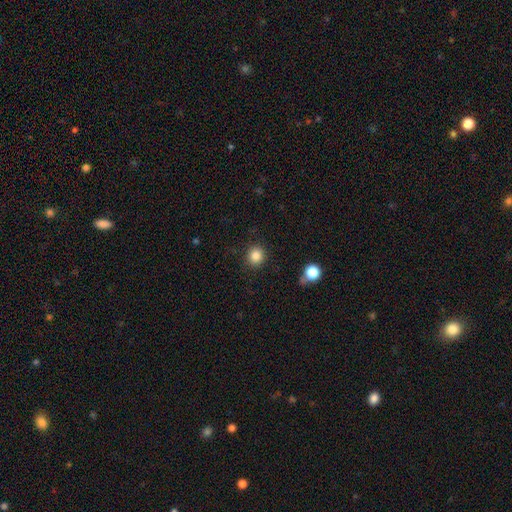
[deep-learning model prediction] Overall: smooth (85%). How rounded: round (87%). Merging: none (88%).